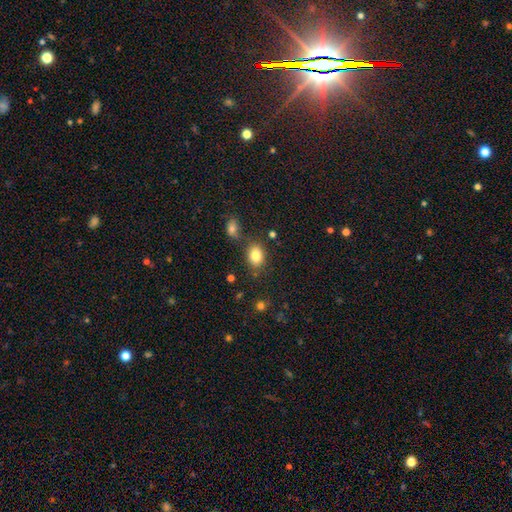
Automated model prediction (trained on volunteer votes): Smooth or featured: smooth — 82% (star or artifact — 10%)
How rounded: in between — 71% (round — 28%)
Merging: none — 75% (minor disturbance — 13%)